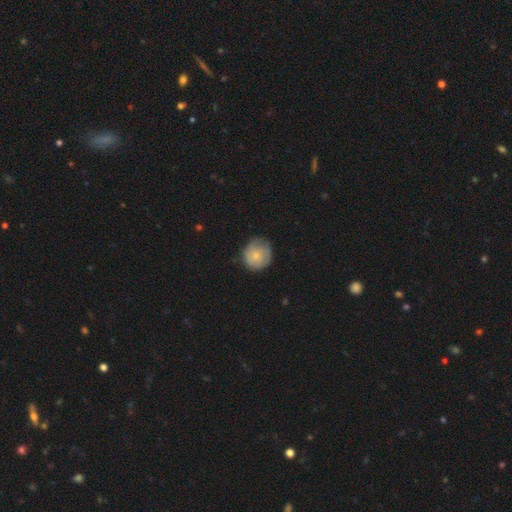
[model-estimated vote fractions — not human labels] smooth-or-featured: smooth: 70% | featured or disk: 23% | star or artifact: 7%
  how-rounded: round: 88% | in between: 11% | cigar-shaped: 1%
  merging: none: 73% | minor disturbance: 21% | major disturbance: 5% | merger: 1%